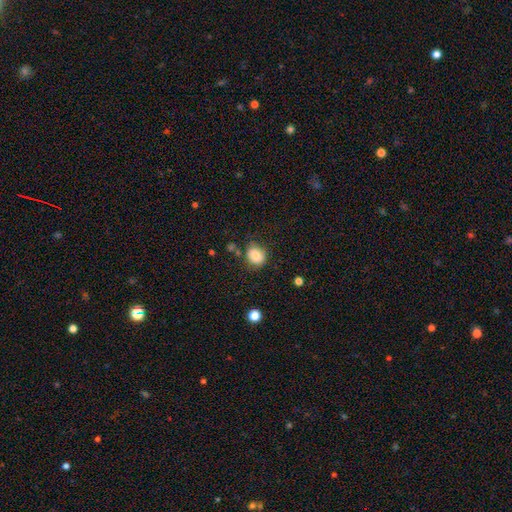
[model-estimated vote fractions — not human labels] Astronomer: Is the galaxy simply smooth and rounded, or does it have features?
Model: smooth — 84%.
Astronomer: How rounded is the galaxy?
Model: round — 70%.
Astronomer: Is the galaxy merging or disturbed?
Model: none — 74%.